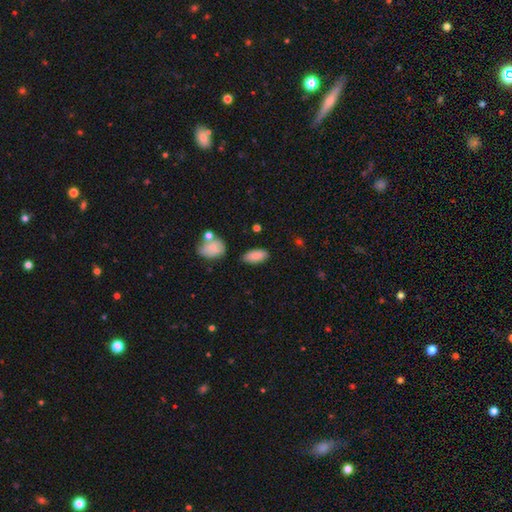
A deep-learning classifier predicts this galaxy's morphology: A smooth galaxy with no disk features (86%) that is in between round and cigar-shaped (90%).

Vote fractions:
- Smooth or featured? smooth: 86% / star or artifact: 7% / featured or disk: 7%
- How rounded? in between: 90% / cigar-shaped: 7% / round: 3%
- Merging? none: 78% / minor disturbance: 15% / merger: 4% / major disturbance: 3%